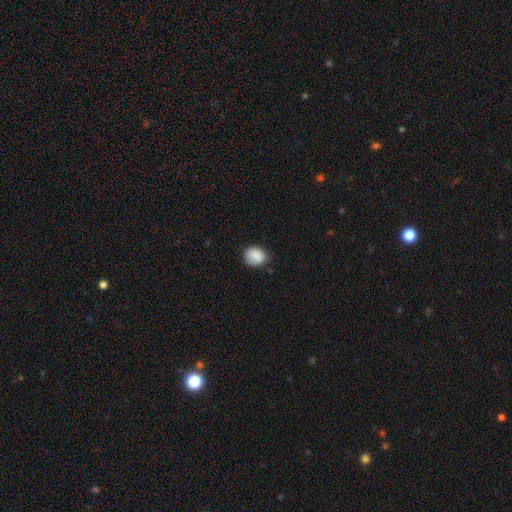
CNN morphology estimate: smooth_or_featured: smooth (p=0.87) [alt: star or artifact p=0.08]
how_rounded: round (p=0.57) [alt: in between p=0.42]
merging: none (p=0.74) [alt: minor disturbance p=0.20]